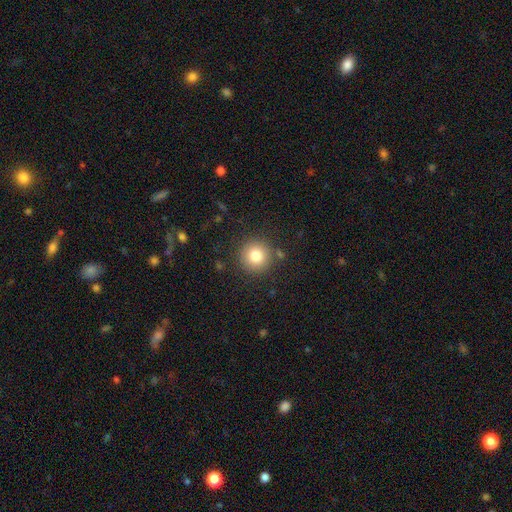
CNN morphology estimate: Overall: smooth (81%). How rounded: round (95%). Merging: none (87%).